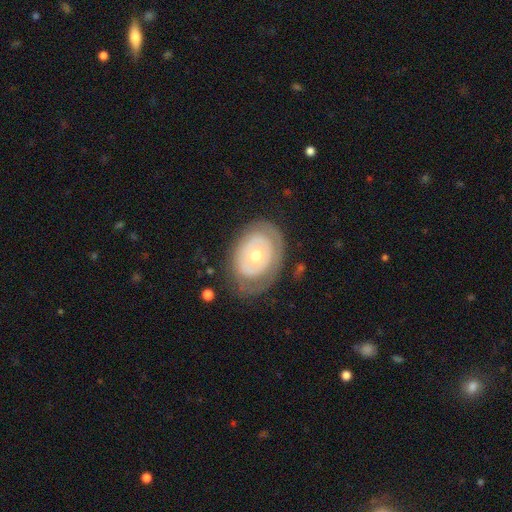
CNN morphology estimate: The model was most divided on "bulge size": moderate: 61%, small: 34%, large: 3%, dominant: 1%, none: 1%. More confident: edge-on disk — no (94%); bar — no (88%); merging — none (70%); spiral arms — no (69%); smooth or featured — featured or disk (63%).